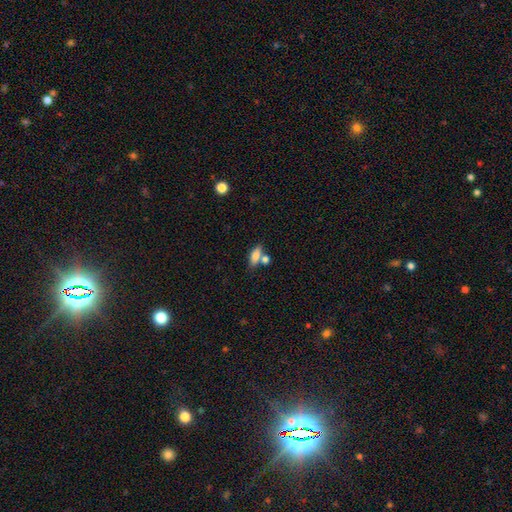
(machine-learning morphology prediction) The model was most divided on "merging": none: 52%, merger: 32%, minor disturbance: 12%, major disturbance: 4%. More confident: smooth or featured — smooth (76%); how rounded — in between (70%).